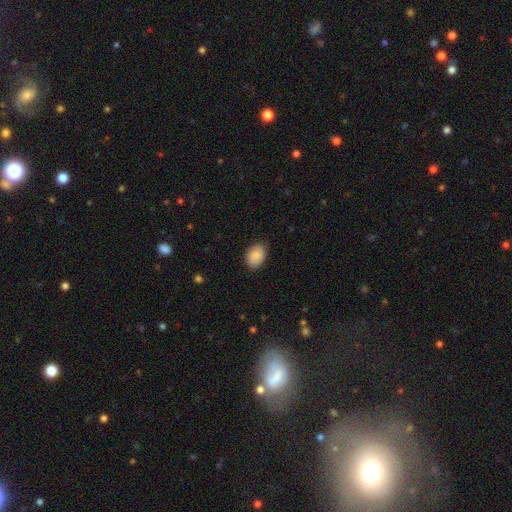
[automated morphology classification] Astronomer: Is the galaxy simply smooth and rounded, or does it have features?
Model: smooth — 87%.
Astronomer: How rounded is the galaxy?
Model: in between — 79%.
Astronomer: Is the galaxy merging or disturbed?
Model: none — 85%.